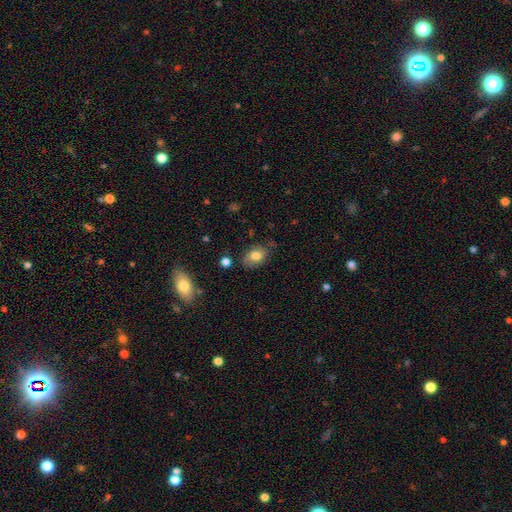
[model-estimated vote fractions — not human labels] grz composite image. It shows a smooth galaxy with no disk features (77%) that is in between round and cigar-shaped (78%). Merging: none (73%).